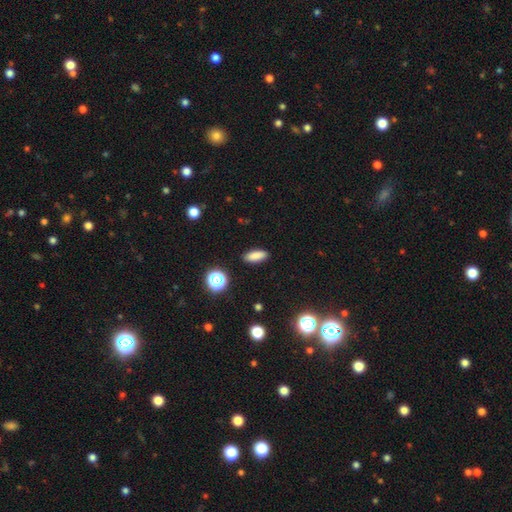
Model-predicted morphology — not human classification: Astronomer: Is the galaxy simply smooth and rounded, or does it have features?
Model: smooth — 84%.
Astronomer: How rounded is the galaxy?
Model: in between — 73%.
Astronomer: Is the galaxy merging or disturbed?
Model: none — 89%.